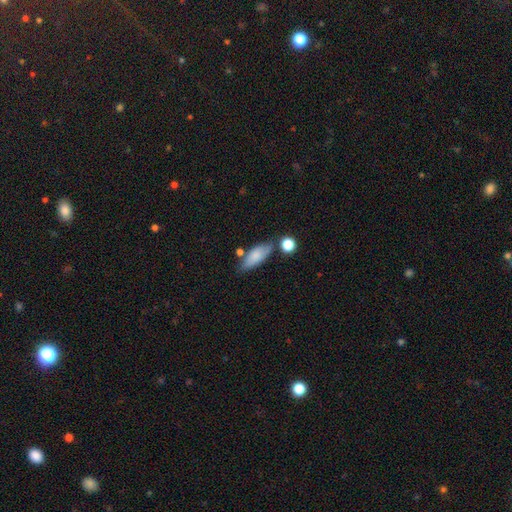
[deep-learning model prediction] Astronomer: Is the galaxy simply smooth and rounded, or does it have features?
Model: smooth — 78%.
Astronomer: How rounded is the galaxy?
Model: in between — 76%.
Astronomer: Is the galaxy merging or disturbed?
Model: none — 65%.